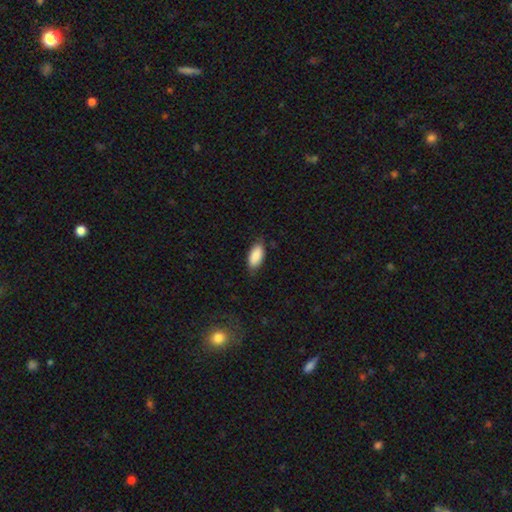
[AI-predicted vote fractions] Smooth or featured: smooth — 88% (star or artifact — 6%)
How rounded: in between — 90% (cigar-shaped — 8%)
Merging: none — 79% (minor disturbance — 17%)